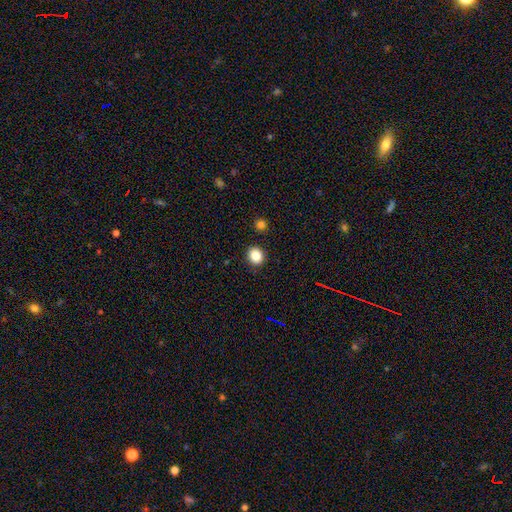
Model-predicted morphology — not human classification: smooth 85%, star or artifact 10%, featured or disk 5%. Down the decision tree: how rounded — round (76%); merging — none (90%).